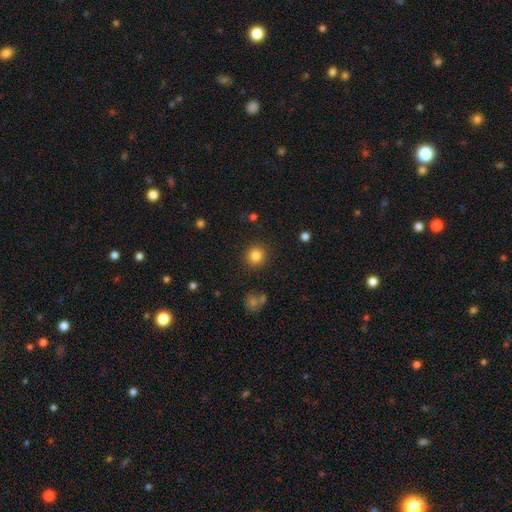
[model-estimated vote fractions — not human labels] Morphology: type=smooth (83%); roundness=round (92%); merging=none (89%).